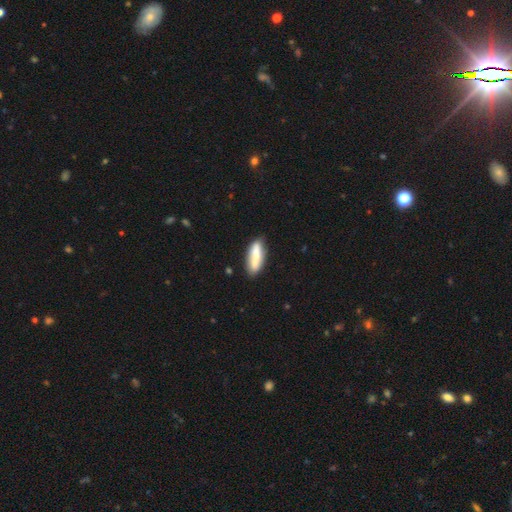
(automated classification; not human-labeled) Smooth or featured: smooth — 75% (featured or disk — 19%)
How rounded: cigar-shaped — 56% (in between — 42%)
Merging: none — 79% (minor disturbance — 15%)